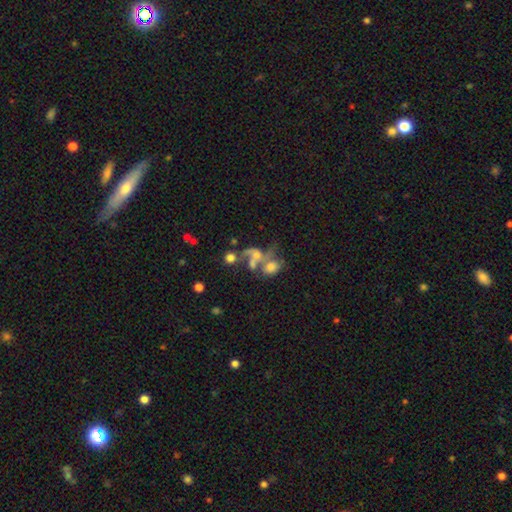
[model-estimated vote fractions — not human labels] Smooth or featured?
  - featured or disk: 49% *
  - smooth: 36%
  - star or artifact: 15%
Merging?
  - merger: 52% *
  - major disturbance: 19%
  - none: 19%
  - minor disturbance: 9%